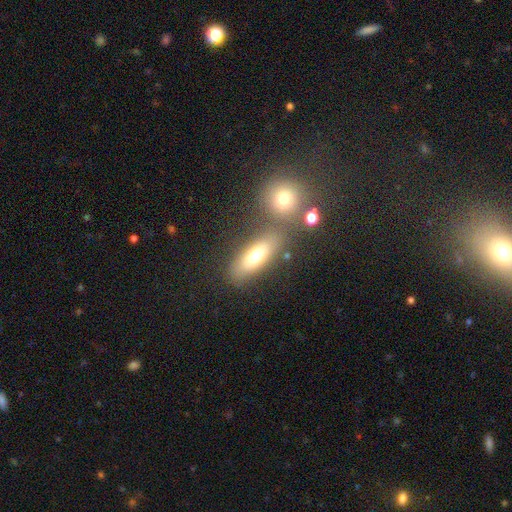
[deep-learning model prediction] smooth 68%, featured or disk 21%, star or artifact 11%. Down the decision tree: how rounded — in between (63%); merging — none (69%).